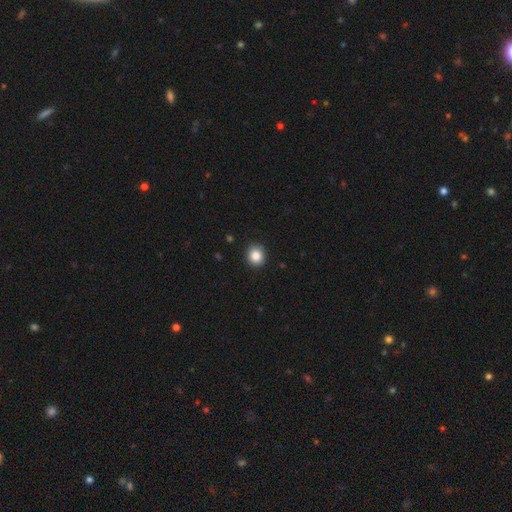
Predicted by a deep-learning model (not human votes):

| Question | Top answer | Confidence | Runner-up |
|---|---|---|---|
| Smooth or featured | smooth | 86% | star or artifact (10%) |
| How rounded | round | 85% | in between (14%) |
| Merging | none | 89% | minor disturbance (8%) |